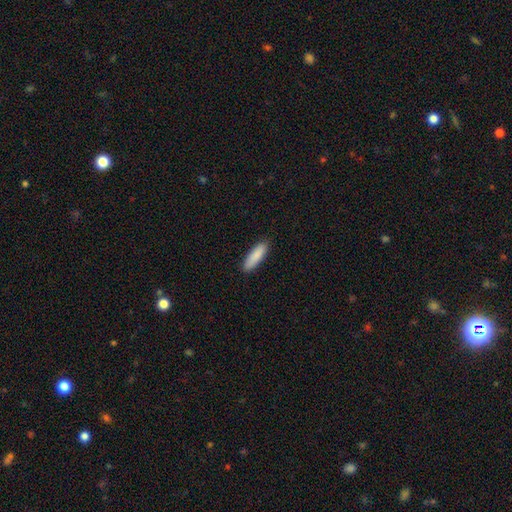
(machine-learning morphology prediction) type=smooth (89%); roundness=cigar-shaped (60%); merging=none (89%).